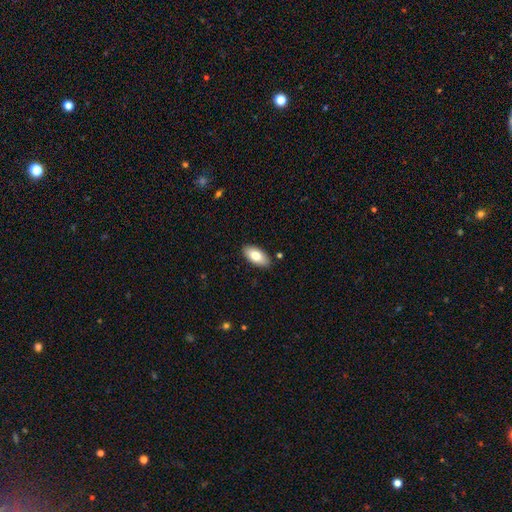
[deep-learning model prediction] smooth-or-featured: smooth: 77% | featured or disk: 17% | star or artifact: 6%
  how-rounded: in between: 92% | cigar-shaped: 6% | round: 3%
  merging: none: 89% | minor disturbance: 8% | major disturbance: 2% | merger: 1%